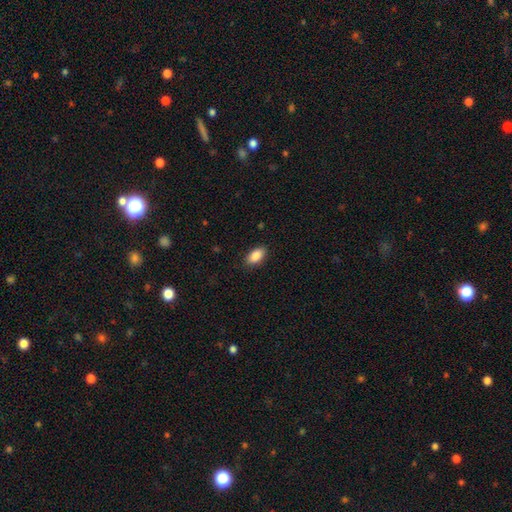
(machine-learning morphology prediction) Smooth or featured? Predicted: smooth (p=0.89). How rounded? Predicted: in between (p=0.93). Merging? Predicted: none (p=0.88).